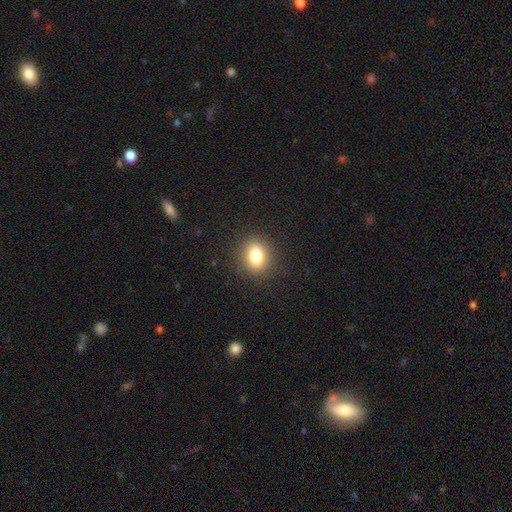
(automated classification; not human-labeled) Morphology: type=smooth (80%); roundness=in between (53%); merging=none (88%).